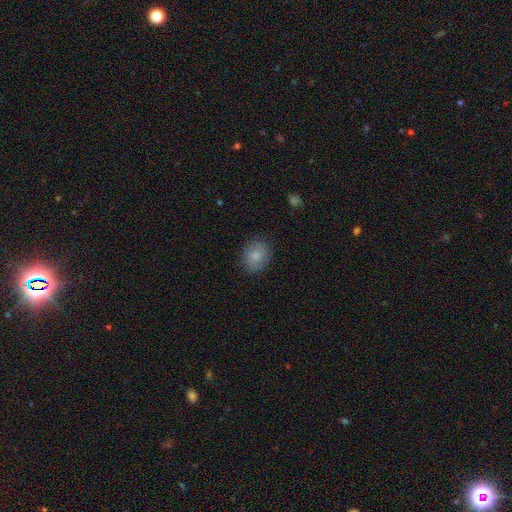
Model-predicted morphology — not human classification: smooth 80%, featured or disk 13%, star or artifact 8%. Down the decision tree: how rounded — round (60%); merging — none (83%).